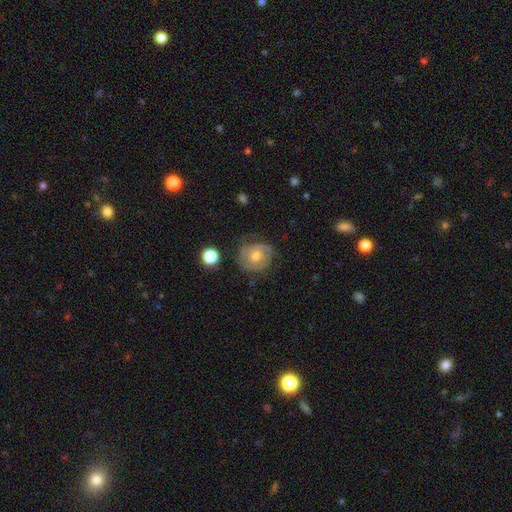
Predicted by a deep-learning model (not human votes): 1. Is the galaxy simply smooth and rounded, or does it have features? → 69% featured or disk, 24% smooth, 7% star or artifact.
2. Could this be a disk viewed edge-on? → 97% no, 3% yes.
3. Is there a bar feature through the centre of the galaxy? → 69% no, 27% weak, 4% strong.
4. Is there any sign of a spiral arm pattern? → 86% yes, 14% no.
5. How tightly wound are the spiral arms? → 61% tight, 29% medium, 10% loose.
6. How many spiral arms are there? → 49% 2, 27% can't tell, 11% 1, 8% 3, 2% 4, 2% more than 4.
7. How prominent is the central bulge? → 62% moderate, 31% small, 4% large, 2% none, 1% dominant.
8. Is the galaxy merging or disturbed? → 62% none, 23% minor disturbance, 12% major disturbance, 2% merger.